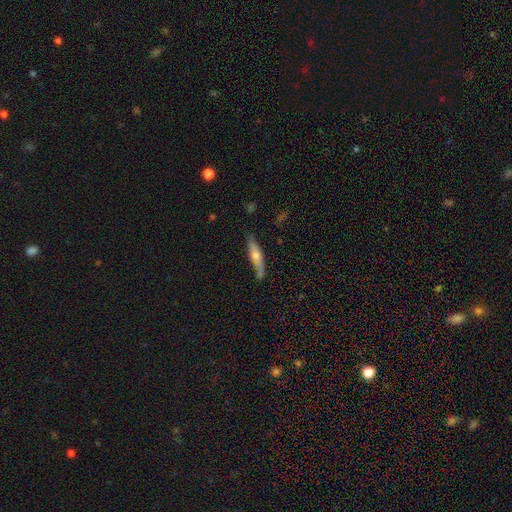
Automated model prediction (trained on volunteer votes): The model was most divided on "smooth or featured": featured or disk: 58%, smooth: 35%, star or artifact: 7%. More confident: edge-on disk — yes (81%); merging — none (69%).